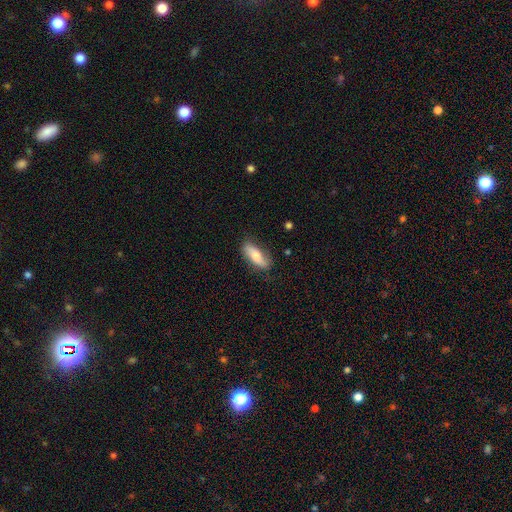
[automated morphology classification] The model was most divided on "how rounded": in between: 65%, cigar-shaped: 32%, round: 3%. More confident: merging — none (77%); smooth or featured — smooth (64%).